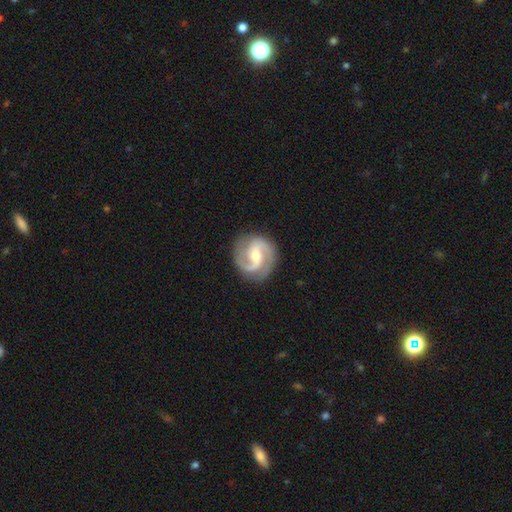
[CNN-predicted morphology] This appears to be a featured or disk galaxy (90%) with a weak bar (48%), 2 (91%) medium (58%) spiral arms (98%) and a moderate central bulge (55%). Merging: none (84%).